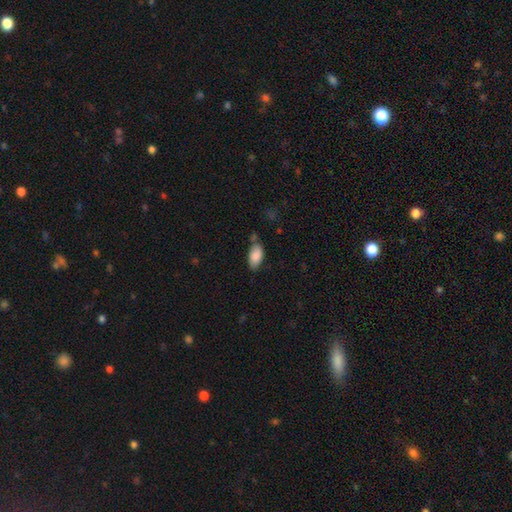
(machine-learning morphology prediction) smooth_or_featured: smooth (p=0.87) [alt: featured or disk p=0.07]
how_rounded: in between (p=0.93) [alt: cigar-shaped p=0.04]
merging: none (p=0.64) [alt: minor disturbance p=0.22]